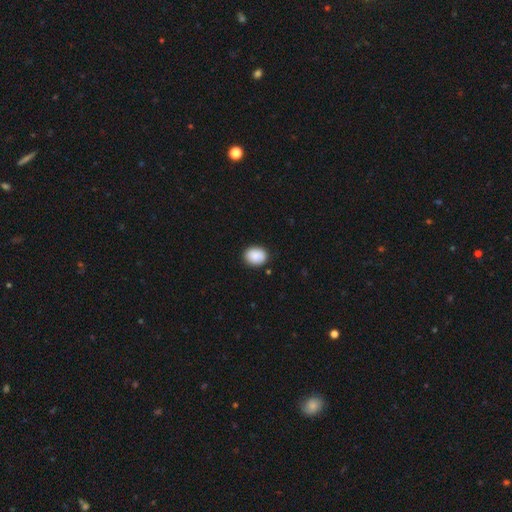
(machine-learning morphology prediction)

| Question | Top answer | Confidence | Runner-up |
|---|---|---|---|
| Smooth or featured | smooth | 89% | star or artifact (7%) |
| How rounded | in between | 52% | round (47%) |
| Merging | none | 88% | minor disturbance (9%) |